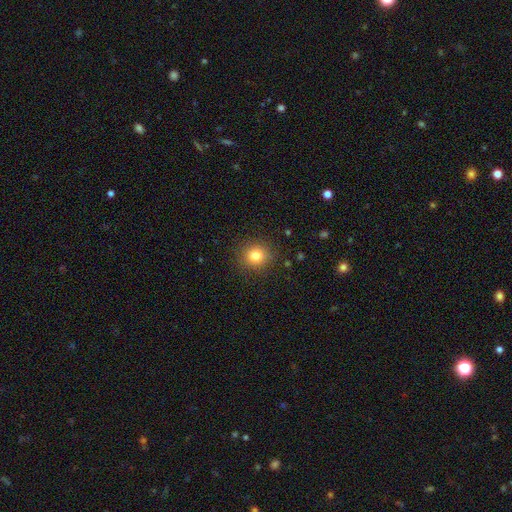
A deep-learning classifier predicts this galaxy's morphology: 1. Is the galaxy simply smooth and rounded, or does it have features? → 81% smooth, 13% star or artifact, 7% featured or disk.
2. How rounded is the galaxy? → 90% round, 9% in between, 1% cigar-shaped.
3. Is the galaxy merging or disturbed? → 89% none, 7% minor disturbance, 3% major disturbance, 1% merger.